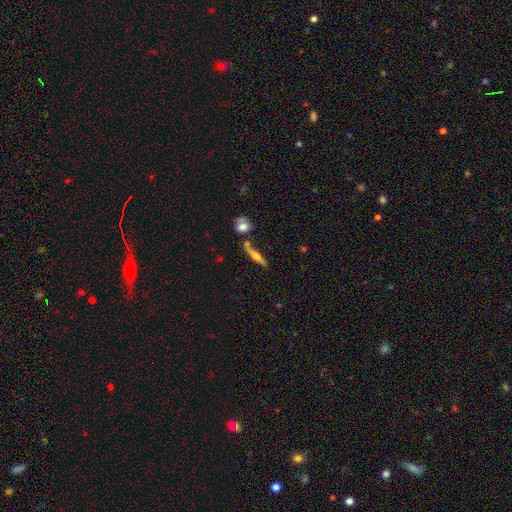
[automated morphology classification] This is possibly a featured or disk galaxy (59%). It is clearly viewed edge-on (93%). Edge-on bulge: clearly rounded (90%). Merging: likely none (71%).